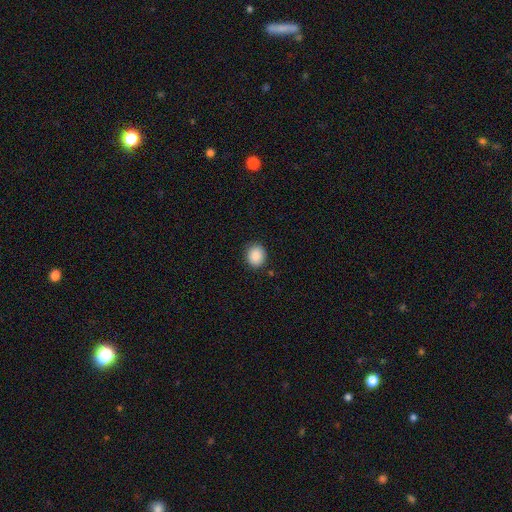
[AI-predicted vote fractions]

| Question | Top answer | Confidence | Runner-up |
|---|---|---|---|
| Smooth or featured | smooth | 89% | star or artifact (8%) |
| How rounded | round | 66% | in between (33%) |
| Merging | none | 87% | minor disturbance (9%) |